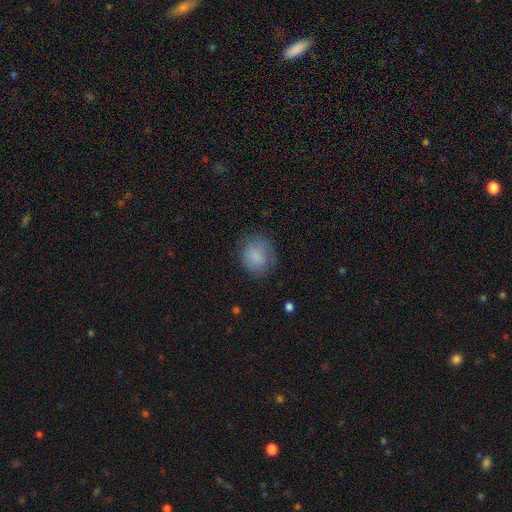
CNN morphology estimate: This appears to be a smooth galaxy with no disk features (83%) that is round (73%). Merging: none (74%).